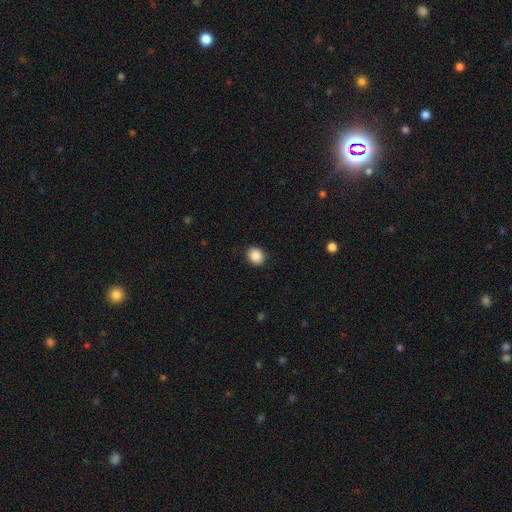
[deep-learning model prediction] Overall: smooth (88%). How rounded: round (70%). Merging: none (90%).